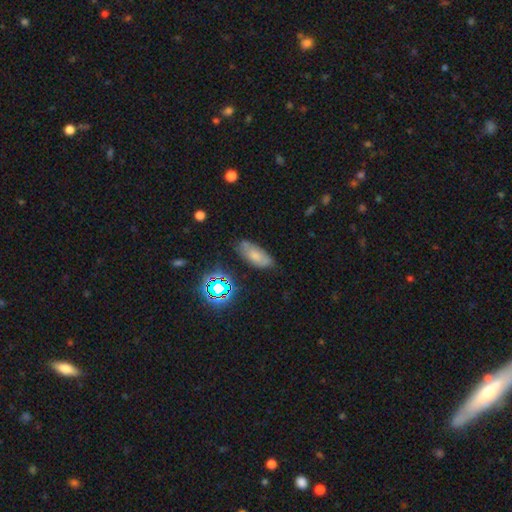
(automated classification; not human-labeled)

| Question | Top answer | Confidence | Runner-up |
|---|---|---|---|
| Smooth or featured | smooth | 61% | featured or disk (23%) |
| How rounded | in between | 84% | cigar-shaped (12%) |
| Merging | none | 68% | minor disturbance (23%) |